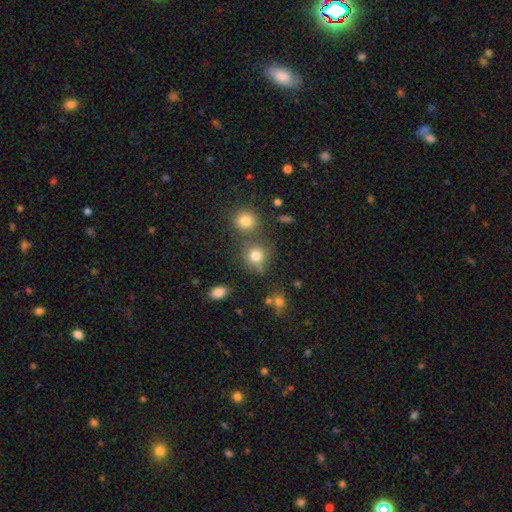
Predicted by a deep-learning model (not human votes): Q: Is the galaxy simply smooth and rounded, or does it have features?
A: smooth — 77%.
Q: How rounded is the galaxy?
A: round — 85%.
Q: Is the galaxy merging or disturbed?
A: none — 63%.